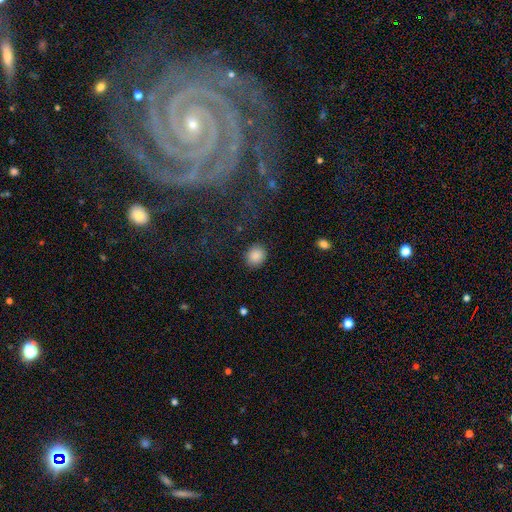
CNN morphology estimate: The model was most divided on "how rounded": round: 60%, in between: 39%, cigar-shaped: 1%. More confident: merging — none (88%); smooth or featured — smooth (87%).